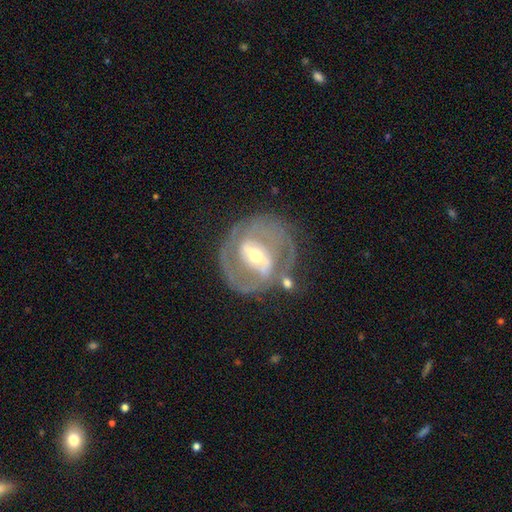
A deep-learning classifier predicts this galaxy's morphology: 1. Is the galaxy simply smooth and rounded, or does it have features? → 82% featured or disk, 12% smooth, 6% star or artifact.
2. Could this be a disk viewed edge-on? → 95% no, 5% yes.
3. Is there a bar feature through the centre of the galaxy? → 49% strong, 36% weak, 15% no.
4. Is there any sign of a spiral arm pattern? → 75% yes, 25% no.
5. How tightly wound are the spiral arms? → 48% tight, 37% medium, 15% loose.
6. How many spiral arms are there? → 62% 2, 21% can't tell, 6% 1, 6% 3, 2% 4, 2% more than 4.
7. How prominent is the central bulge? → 58% moderate, 34% small, 5% large, 1% none, 1% dominant.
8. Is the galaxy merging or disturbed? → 62% none, 18% minor disturbance, 13% major disturbance, 7% merger.